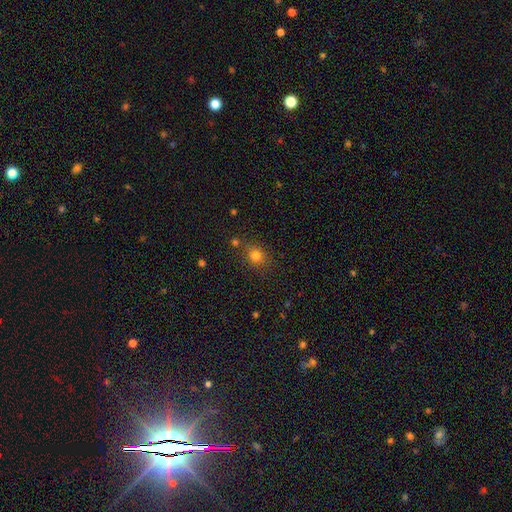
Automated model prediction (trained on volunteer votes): Q: Smooth or featured?
A: smooth (78%); runner-up: star or artifact (16%)
Q: How rounded?
A: round (71%); runner-up: in between (28%)
Q: Merging?
A: none (78%); runner-up: minor disturbance (11%)